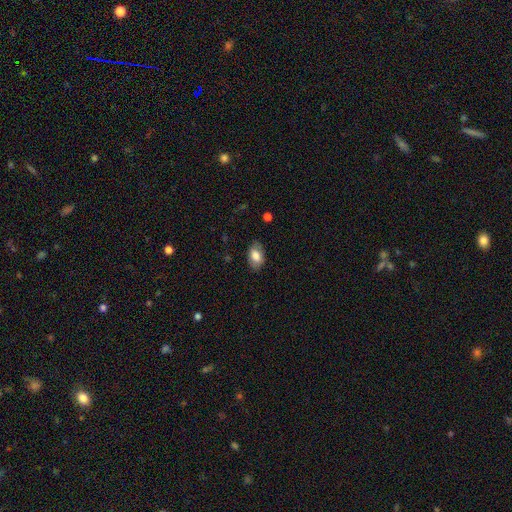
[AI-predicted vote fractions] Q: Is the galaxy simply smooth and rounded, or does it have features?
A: smooth — 76%.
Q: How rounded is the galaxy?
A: in between — 91%.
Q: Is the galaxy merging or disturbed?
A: none — 80%.